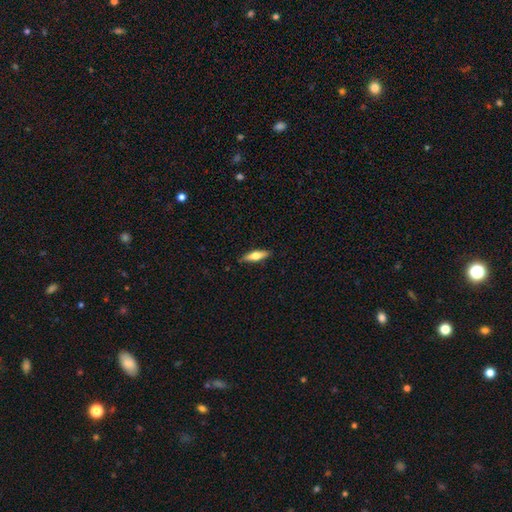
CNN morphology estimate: Smooth or featured?
  - smooth: 56% *
  - featured or disk: 38%
  - star or artifact: 6%
How rounded?
  - cigar-shaped: 62% *
  - in between: 36%
  - round: 2%
Merging?
  - none: 86% *
  - minor disturbance: 11%
  - major disturbance: 2%
  - merger: 1%